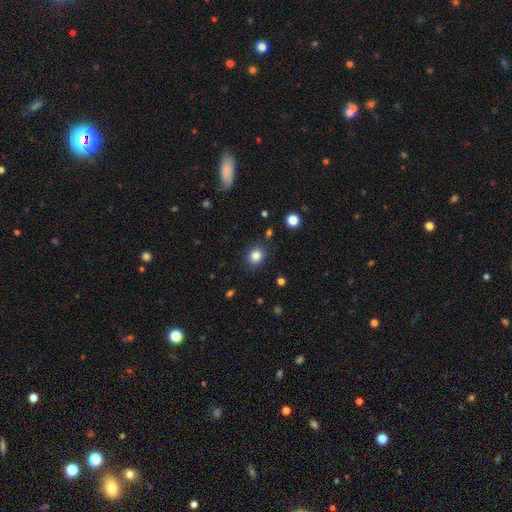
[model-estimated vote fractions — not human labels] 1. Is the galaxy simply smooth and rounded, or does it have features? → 83% smooth, 11% star or artifact, 6% featured or disk.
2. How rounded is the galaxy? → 75% round, 24% in between, 1% cigar-shaped.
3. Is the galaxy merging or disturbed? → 86% none, 9% minor disturbance, 3% major disturbance, 2% merger.